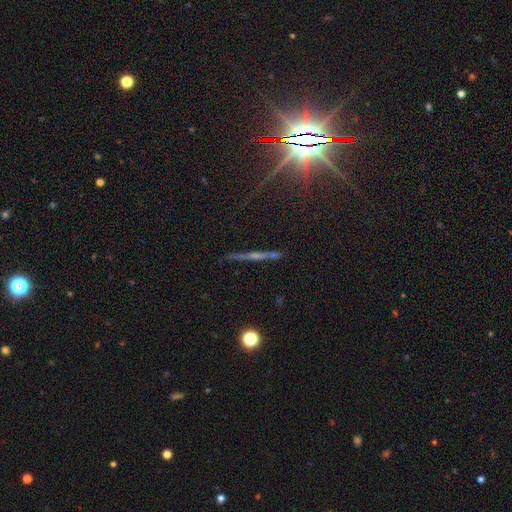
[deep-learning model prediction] featured or disk 57%, star or artifact 22%, smooth 21%. Down the decision tree: edge-on disk — yes (95%); edge-on bulge — rounded (44%); merging — none (84%).